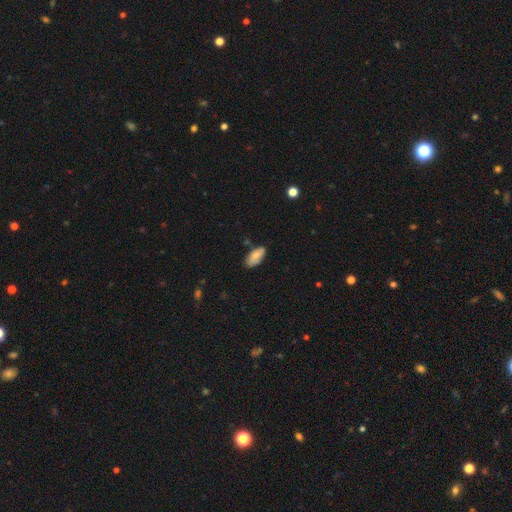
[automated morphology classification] smooth 75%, featured or disk 18%, star or artifact 7%. Down the decision tree: how rounded — in between (91%); merging — none (68%).